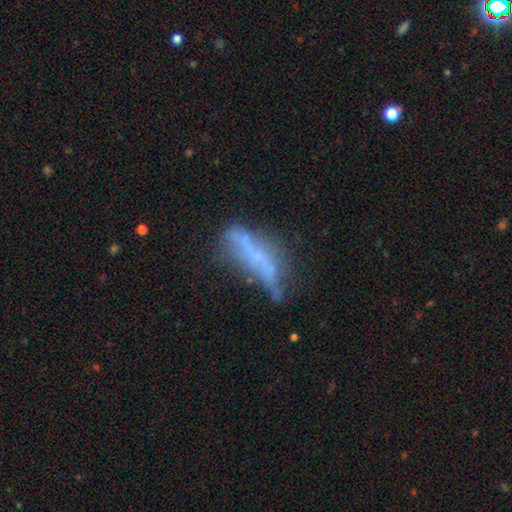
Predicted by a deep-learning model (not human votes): Overall: featured or disk (53%; smooth 34%). Edge-on disk: no (59%; yes 41%). Merging: none (35%; minor disturbance 29%).